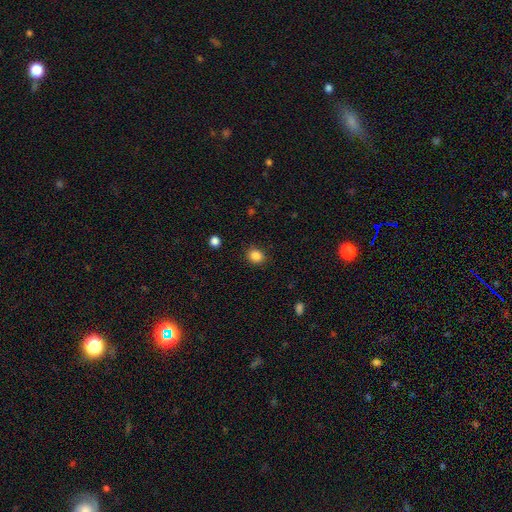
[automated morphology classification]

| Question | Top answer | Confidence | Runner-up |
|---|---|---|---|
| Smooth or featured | smooth | 86% | star or artifact (10%) |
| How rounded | round | 63% | in between (36%) |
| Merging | none | 87% | minor disturbance (9%) |